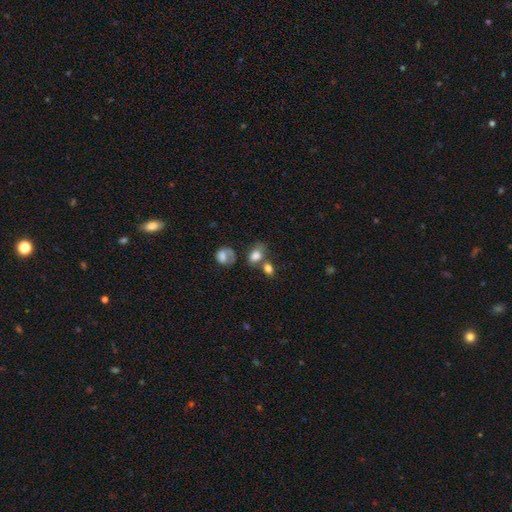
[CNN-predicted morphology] Q: Smooth or featured?
A: smooth (78%); runner-up: featured or disk (11%)
Q: How rounded?
A: in between (68%); runner-up: round (30%)
Q: Merging?
A: none (37%); runner-up: merger (36%)